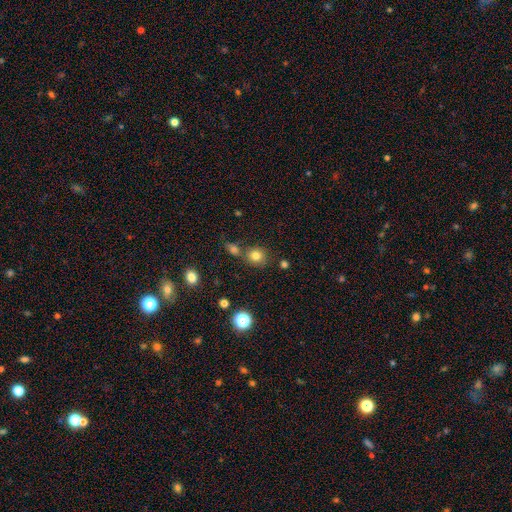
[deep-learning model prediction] smooth-or-featured: smooth: 79% | star or artifact: 14% | featured or disk: 7%
  how-rounded: round: 81% | in between: 18% | cigar-shaped: 1%
  merging: none: 70% | merger: 16% | minor disturbance: 11% | major disturbance: 4%